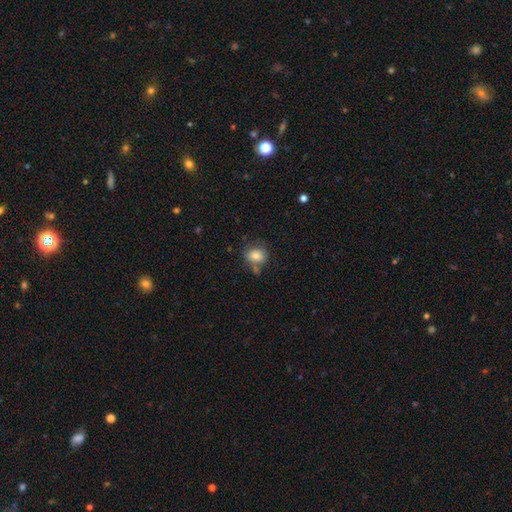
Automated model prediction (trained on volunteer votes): A smooth galaxy with no disk features (80%) that is round (53%).

Vote fractions:
- Smooth or featured? smooth: 80% / featured or disk: 11% / star or artifact: 10%
- How rounded? round: 53% / in between: 45% / cigar-shaped: 1%
- Merging? none: 61% / minor disturbance: 19% / merger: 14% / major disturbance: 6%